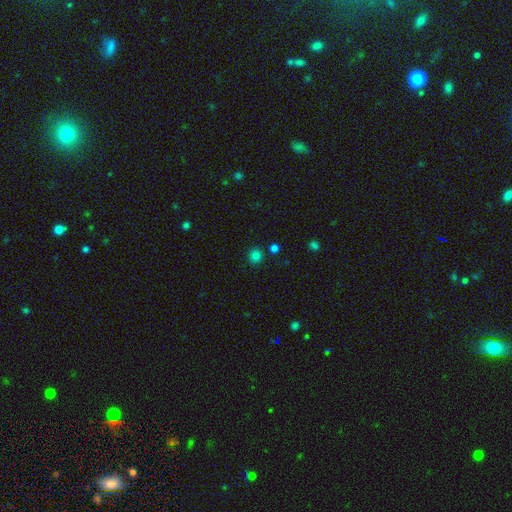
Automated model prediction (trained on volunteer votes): Smooth or featured? Predicted: smooth (p=0.81). How rounded? Predicted: round (p=0.92). Merging? Predicted: none (p=0.87).